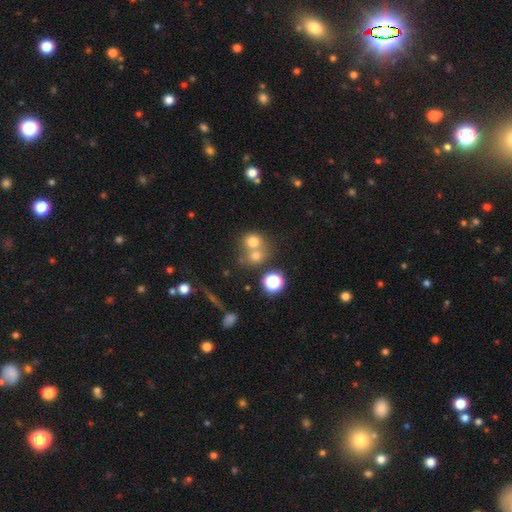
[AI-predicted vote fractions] Smooth or featured? smooth (68%)
How rounded? round (81%)
Merging? merger (51%)